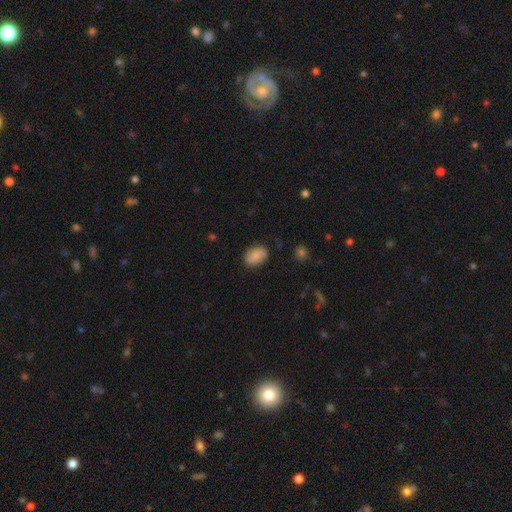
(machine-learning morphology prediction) This is likely a smooth galaxy (74%). How rounded: likely in between (79%). Merging: clearly none (80%).